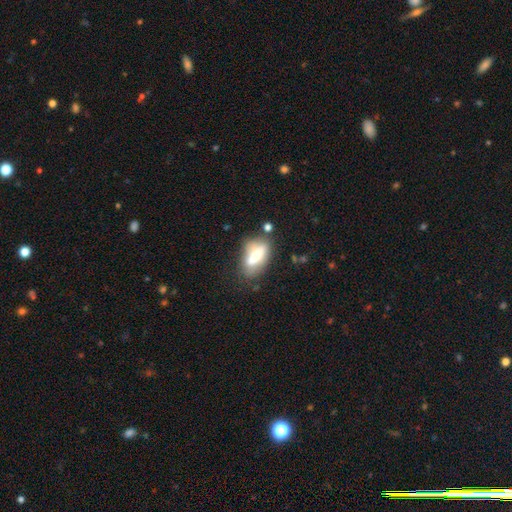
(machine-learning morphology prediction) Overall: smooth (59%; featured or disk 32%). How rounded: in between (81%). Merging: none (51%; minor disturbance 24%).